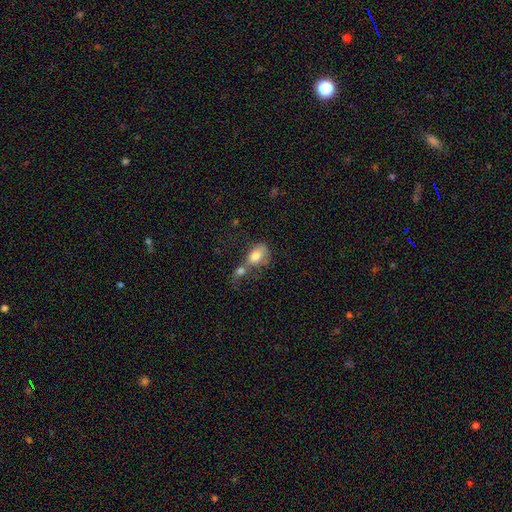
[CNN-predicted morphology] This is likely a smooth galaxy (74%). How rounded: likely in between (72%). Merging: likely merger (66%).